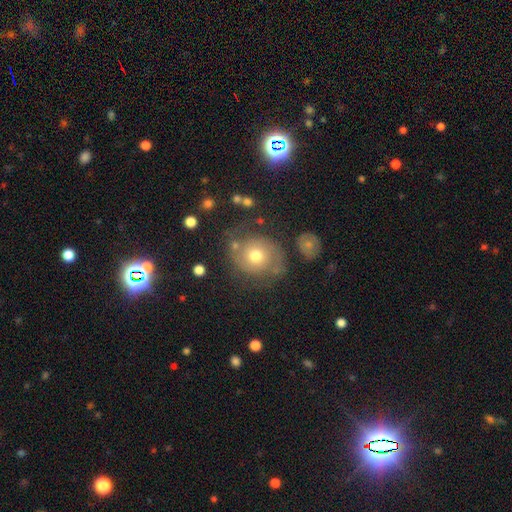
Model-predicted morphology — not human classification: smooth_or_featured: featured or disk (p=0.45) [alt: smooth p=0.42]
merging: none (p=0.68) [alt: minor disturbance p=0.17]